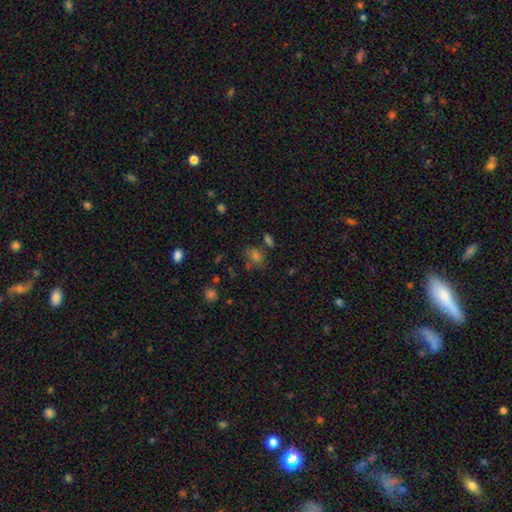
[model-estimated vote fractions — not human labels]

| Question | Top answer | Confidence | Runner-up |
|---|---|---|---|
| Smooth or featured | smooth | 64% | star or artifact (25%) |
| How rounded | in between | 55% | round (43%) |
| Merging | none | 63% | minor disturbance (16%) |